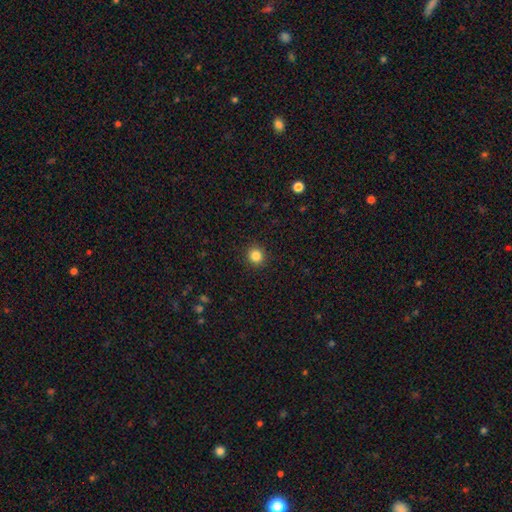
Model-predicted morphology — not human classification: Smooth or featured? Predicted: smooth (p=0.84). How rounded? Predicted: round (p=0.92). Merging? Predicted: none (p=0.92).